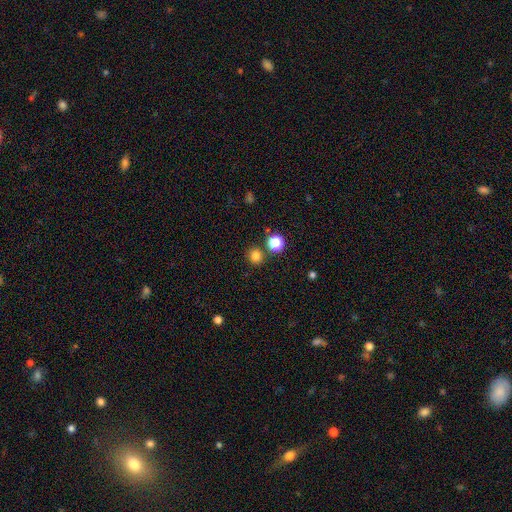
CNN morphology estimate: smooth 80%, star or artifact 16%, featured or disk 4%. Down the decision tree: how rounded — round (88%); merging — none (82%).